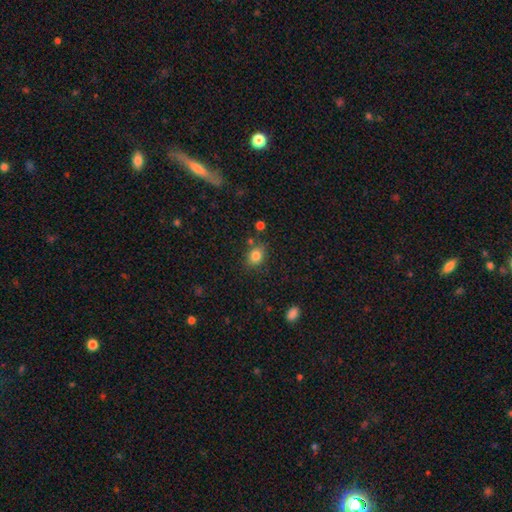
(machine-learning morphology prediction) smooth-or-featured: smooth: 82% | star or artifact: 11% | featured or disk: 7%
  how-rounded: in between: 58% | round: 41% | cigar-shaped: 1%
  merging: none: 76% | minor disturbance: 14% | merger: 6% | major disturbance: 4%